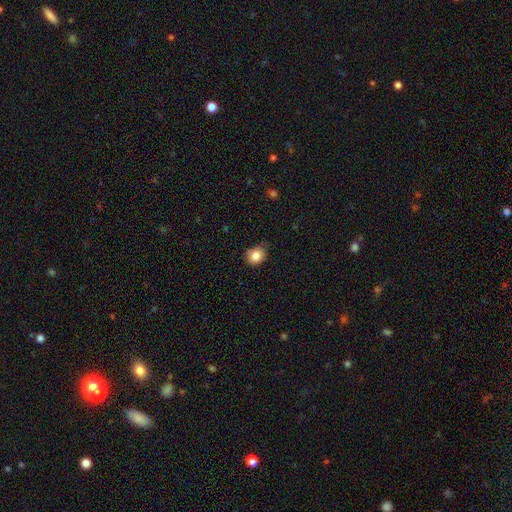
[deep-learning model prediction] smooth 83%, star or artifact 10%, featured or disk 7%. Down the decision tree: how rounded — round (64%); merging — none (65%).